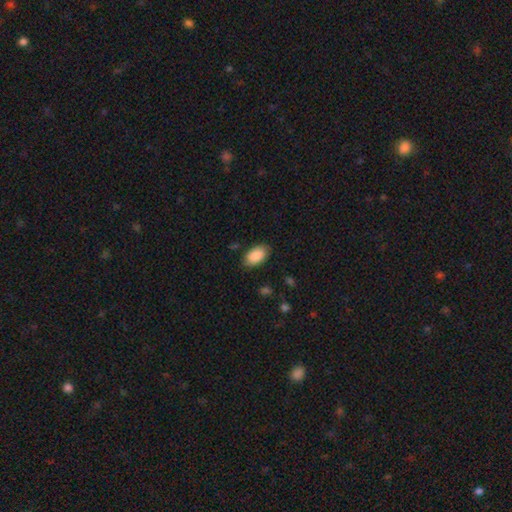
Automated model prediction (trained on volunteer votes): This appears to be a smooth galaxy with no disk features (89%) that is in between round and cigar-shaped (94%). Merging: none (84%).